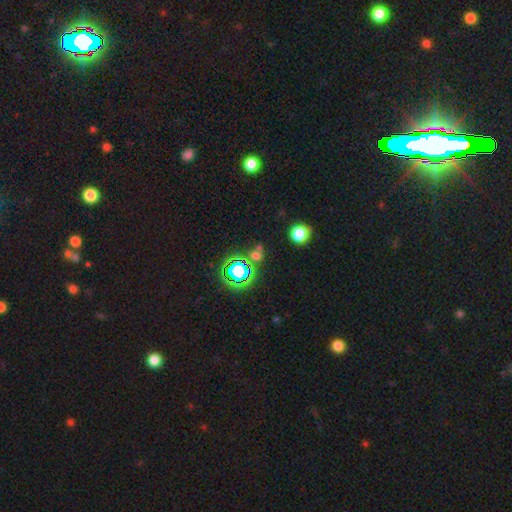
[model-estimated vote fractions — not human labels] A star or artifact, not a galaxy (56%).

Vote fractions:
- Smooth or featured? star or artifact: 56% / smooth: 34% / featured or disk: 11%